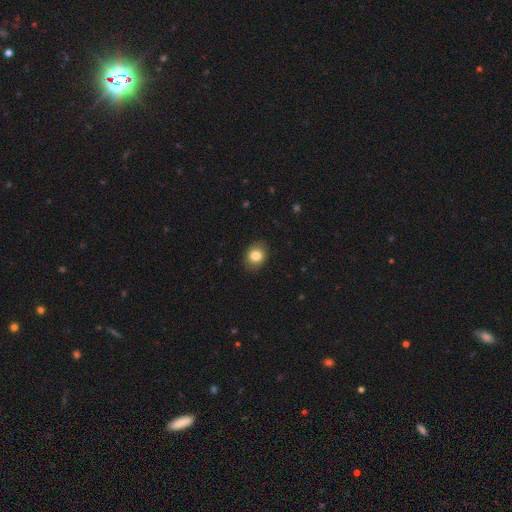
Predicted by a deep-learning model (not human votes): Smooth or featured?
  - smooth: 83% *
  - star or artifact: 9%
  - featured or disk: 8%
How rounded?
  - in between: 52% *
  - round: 47%
  - cigar-shaped: 1%
Merging?
  - none: 87% *
  - minor disturbance: 10%
  - major disturbance: 2%
  - merger: 1%